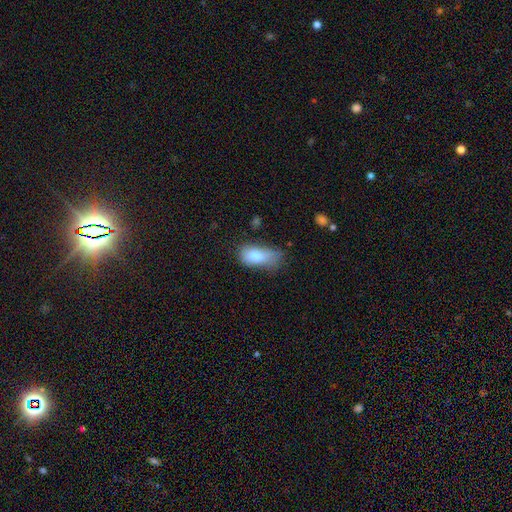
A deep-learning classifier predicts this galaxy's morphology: A smooth galaxy with no disk features (76%) that is in between round and cigar-shaped (87%). Merging: minor disturbance (38%).